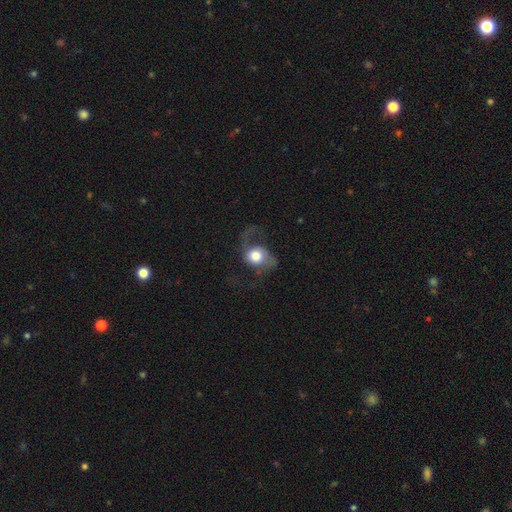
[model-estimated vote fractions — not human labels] A smooth galaxy with no disk features (49%). Merging: major disturbance (47%).